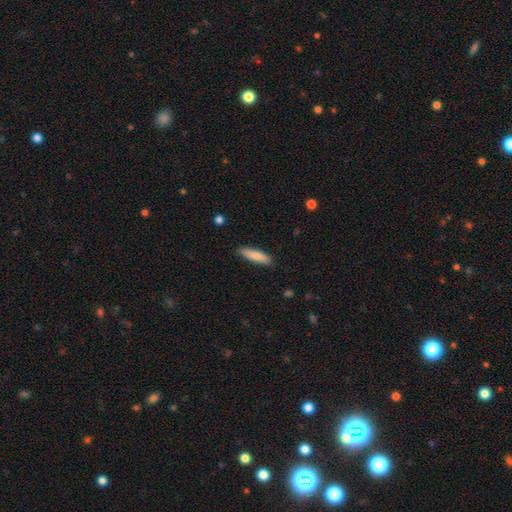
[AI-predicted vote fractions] Smooth or featured: smooth — 79% (featured or disk — 15%)
How rounded: cigar-shaped — 74% (in between — 25%)
Merging: none — 88% (minor disturbance — 9%)